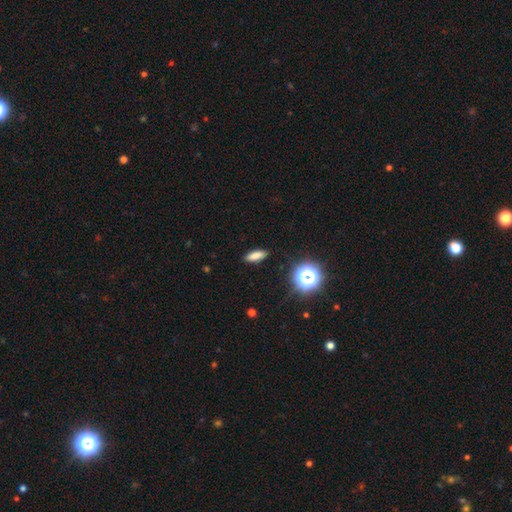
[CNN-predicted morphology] This appears to be a smooth galaxy with no disk features (80%) that is in between round and cigar-shaped (57%). Merging: none (88%).